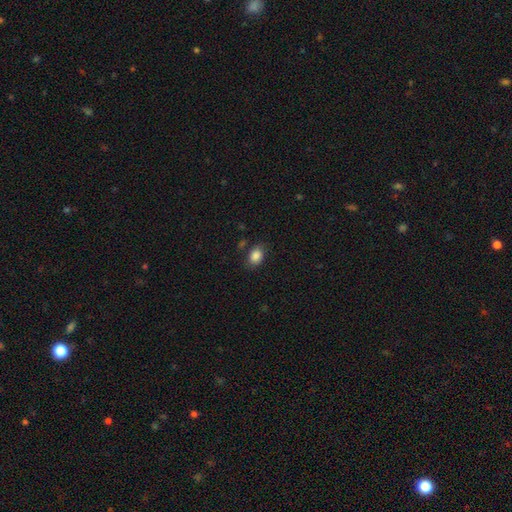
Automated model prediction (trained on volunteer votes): A smooth galaxy with no disk features (86%) that is in between round and cigar-shaped (71%). Merging: none (76%).